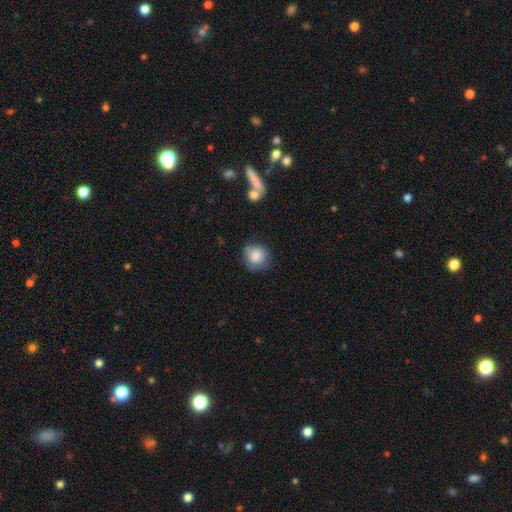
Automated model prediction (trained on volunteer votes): Smooth or featured? smooth (85%)
How rounded? round (87%)
Merging? none (72%)